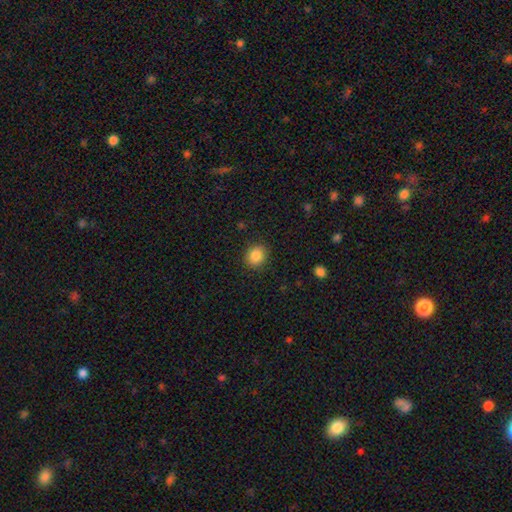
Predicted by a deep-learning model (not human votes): Smooth or featured? smooth (86%)
How rounded? round (73%)
Merging? none (88%)